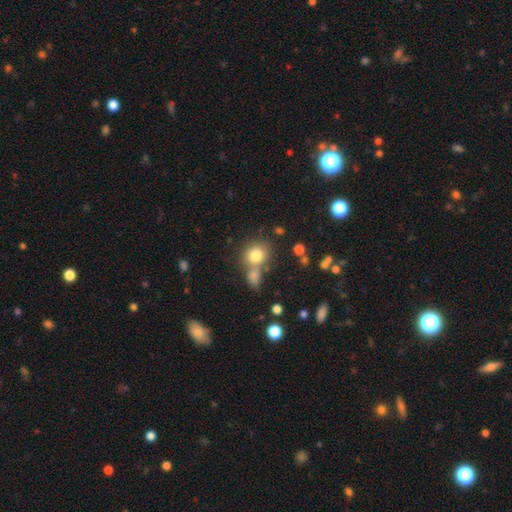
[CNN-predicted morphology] The model was most divided on "merging": none: 52%, merger: 33%, minor disturbance: 11%, major disturbance: 5%. More confident: smooth or featured — smooth (79%); how rounded — round (78%).